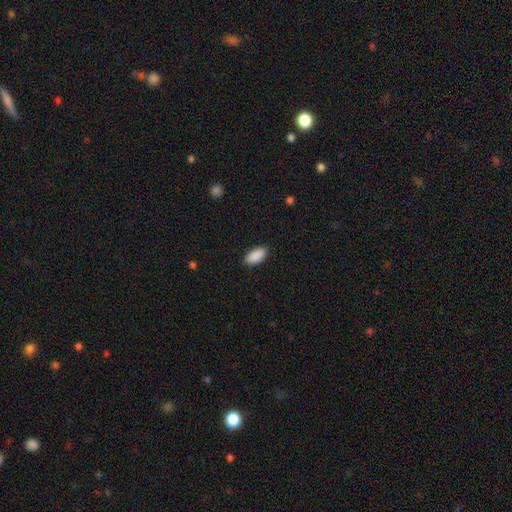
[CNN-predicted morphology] Smooth or featured: smooth — 91% (star or artifact — 6%)
How rounded: in between — 94% (cigar-shaped — 4%)
Merging: none — 89% (minor disturbance — 8%)